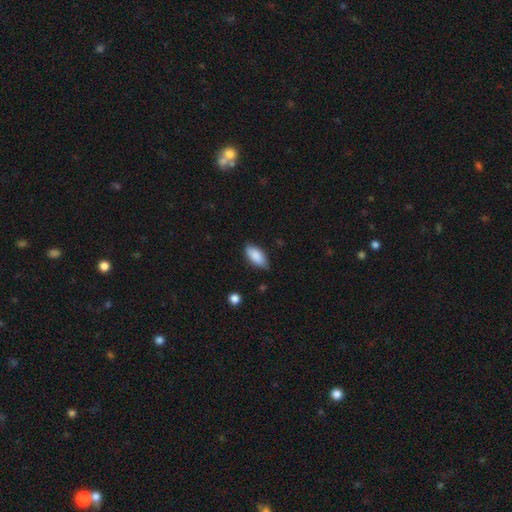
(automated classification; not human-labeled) Smooth or featured? Predicted: smooth (p=0.87). How rounded? Predicted: in between (p=0.89). Merging? Predicted: none (p=0.75).